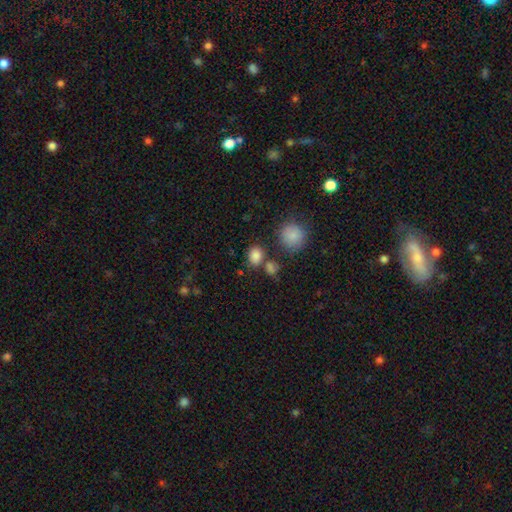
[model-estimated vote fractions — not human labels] Morphology: type=smooth (83%); roundness=round (54%); merging=none (69%).